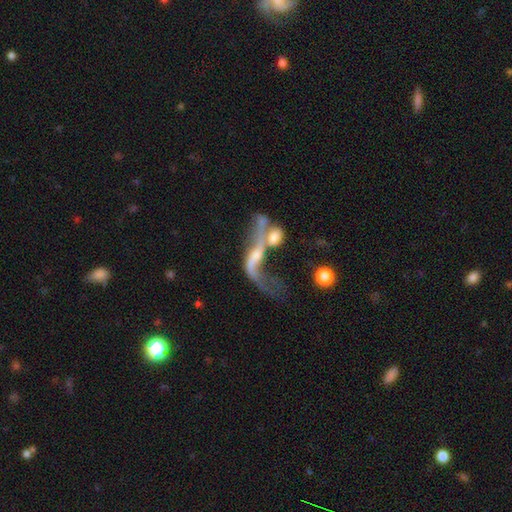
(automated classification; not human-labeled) Overall: featured or disk (72%). Edge-on disk: no (85%). Bar: no (54%; weak 30%). Spiral arms: yes (68%; no 32%). Bulge size: small (39%; moderate 31%). Merging: merger (58%; major disturbance 21%).